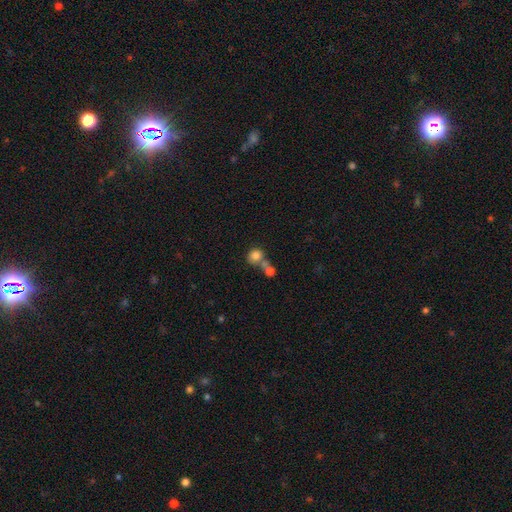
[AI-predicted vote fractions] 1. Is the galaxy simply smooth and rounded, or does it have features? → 80% smooth, 11% star or artifact, 9% featured or disk.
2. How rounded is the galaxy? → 79% round, 20% in between, 1% cigar-shaped.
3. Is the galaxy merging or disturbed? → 44% merger, 42% none, 9% minor disturbance, 5% major disturbance.